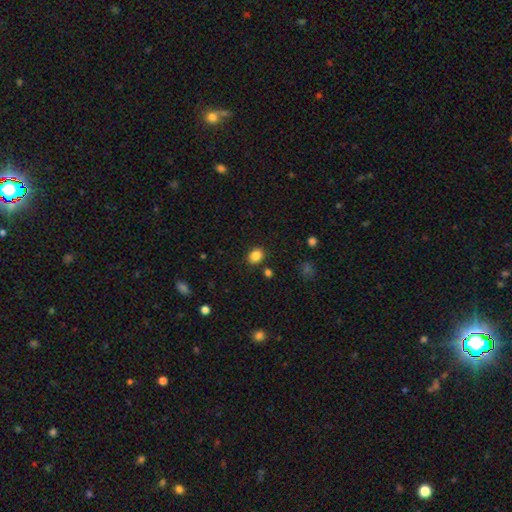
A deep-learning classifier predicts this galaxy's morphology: smooth_or_featured: smooth (p=0.85) [alt: star or artifact p=0.10]
how_rounded: in between (p=0.51) [alt: round p=0.48]
merging: none (p=0.85) [alt: minor disturbance p=0.10]